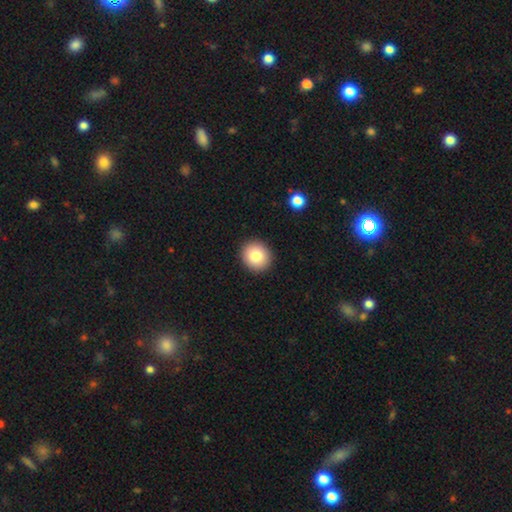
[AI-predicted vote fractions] Overall: smooth (83%). How rounded: round (84%). Merging: none (92%).